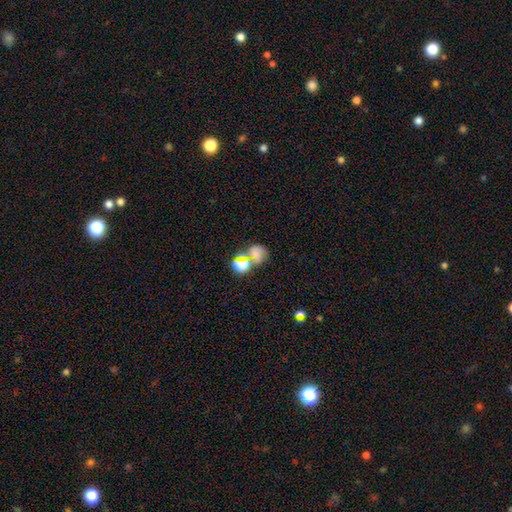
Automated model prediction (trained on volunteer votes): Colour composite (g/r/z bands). It shows a smooth galaxy with no disk features (58%) that is round (61%). Merging: merger (42%).